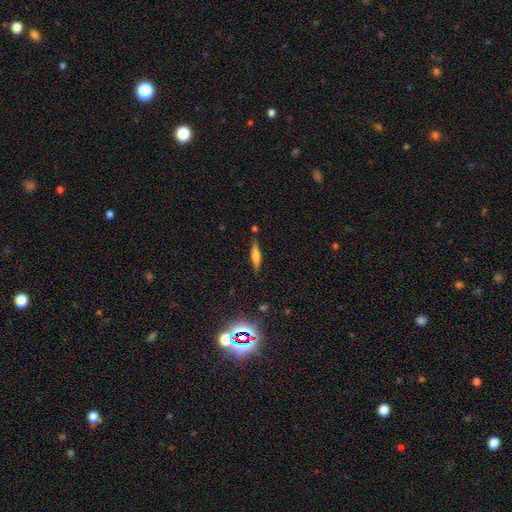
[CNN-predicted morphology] This appears to be a smooth galaxy with no disk features (53%) that is cigar-shaped (80%). Merging: none (83%).